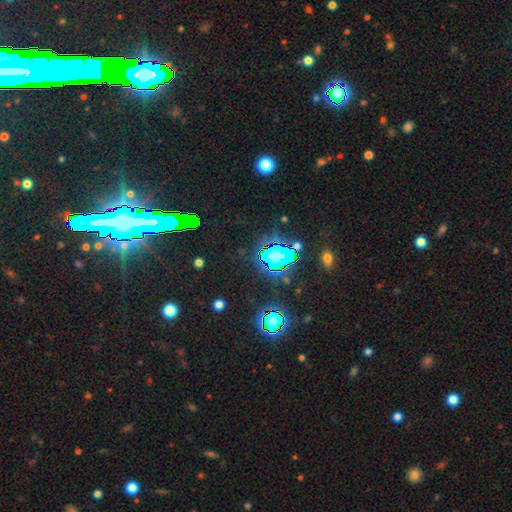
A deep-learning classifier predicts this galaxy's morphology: Smooth or featured: star or artifact — 81% (featured or disk — 9%)